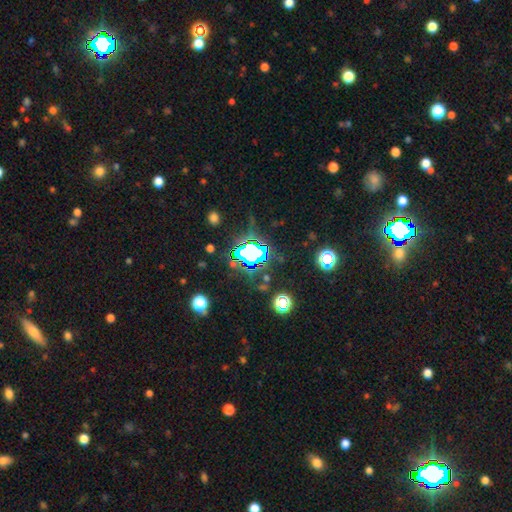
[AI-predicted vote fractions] A star or artifact, not a galaxy (67%).

Vote fractions:
- Smooth or featured? star or artifact: 67% / smooth: 20% / featured or disk: 13%